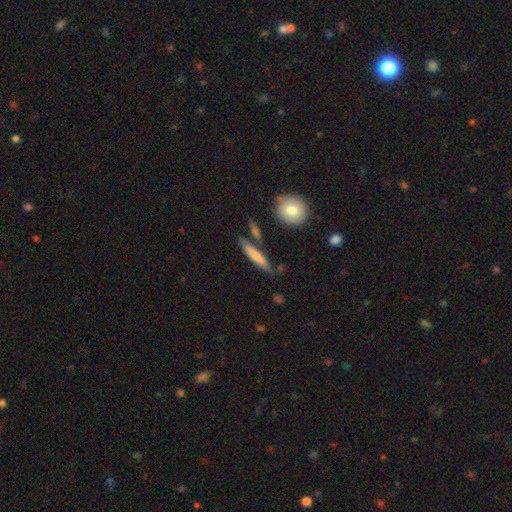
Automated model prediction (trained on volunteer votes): Smooth or featured? Predicted: smooth (p=0.66). How rounded? Predicted: cigar-shaped (p=0.84). Merging? Predicted: none (p=0.73).